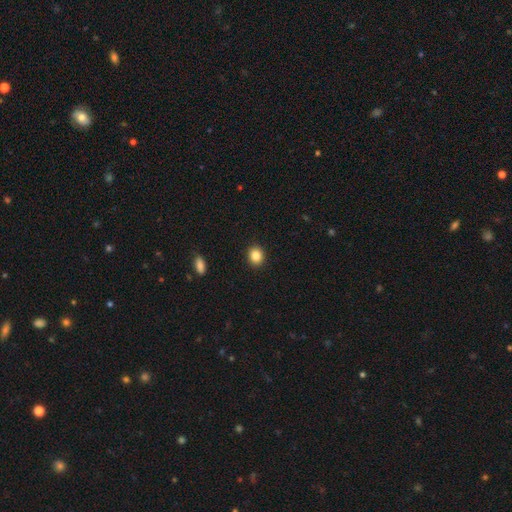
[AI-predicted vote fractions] smooth 86%, star or artifact 10%, featured or disk 5%. Down the decision tree: how rounded — round (75%); merging — none (92%).